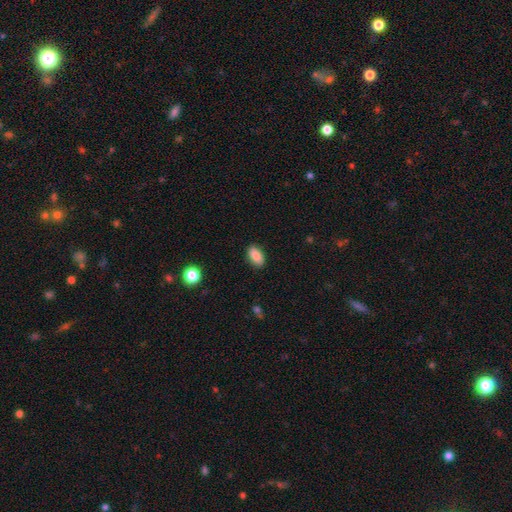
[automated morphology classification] A smooth galaxy with no disk features (87%) that is in between round and cigar-shaped (92%). Merging: none (88%).